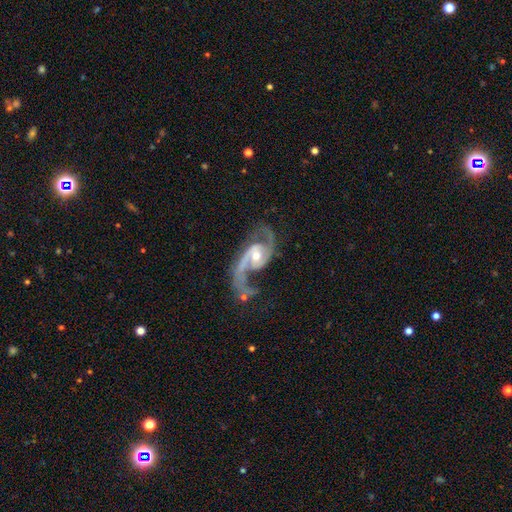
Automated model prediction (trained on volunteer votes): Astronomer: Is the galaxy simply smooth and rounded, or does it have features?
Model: featured or disk — 92%.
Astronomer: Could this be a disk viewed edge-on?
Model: no — 97%.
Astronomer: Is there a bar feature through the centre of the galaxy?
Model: no — 49% (runner-up: weak, 36%).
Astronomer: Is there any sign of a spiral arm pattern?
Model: yes — 98%.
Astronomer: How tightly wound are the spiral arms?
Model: medium — 46% (runner-up: loose, 43%).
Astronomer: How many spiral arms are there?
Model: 2 — 91%.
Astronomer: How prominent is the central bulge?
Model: moderate — 57% (runner-up: small, 37%).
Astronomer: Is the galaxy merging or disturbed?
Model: none — 58%.